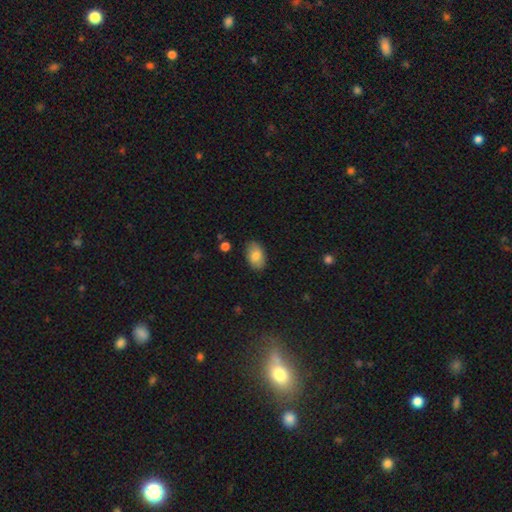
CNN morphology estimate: The model was most divided on "merging": none: 84%, minor disturbance: 13%, major disturbance: 3%, merger: 1%. More confident: how rounded — in between (92%); smooth or featured — smooth (83%).